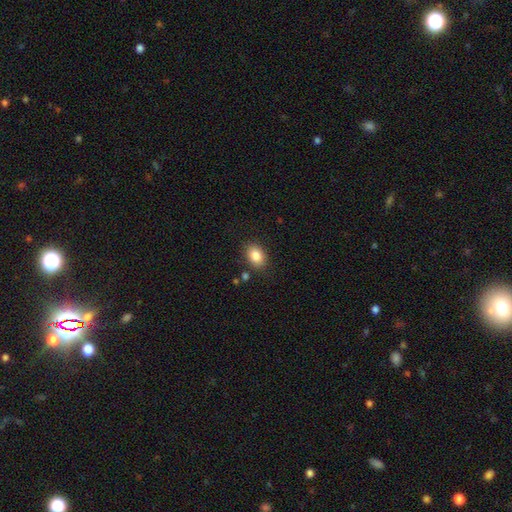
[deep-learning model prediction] This is clearly a smooth galaxy (85%). How rounded: likely in between (74%). Merging: clearly none (83%).